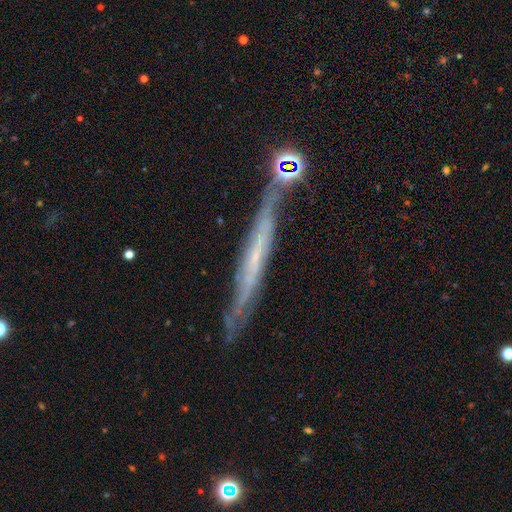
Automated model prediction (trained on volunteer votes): Morphology: type=featured or disk (65%); edge-on=yes (82%); edge-on bulge=none (82%); merging=none (67%).